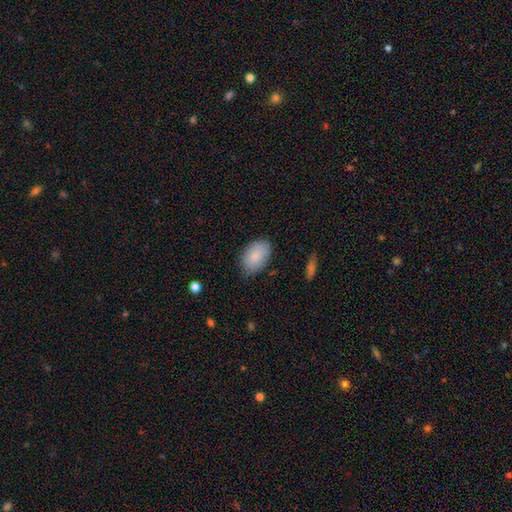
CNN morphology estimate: Smooth or featured: smooth — 86% (featured or disk — 8%)
How rounded: in between — 90% (round — 9%)
Merging: none — 76% (minor disturbance — 19%)